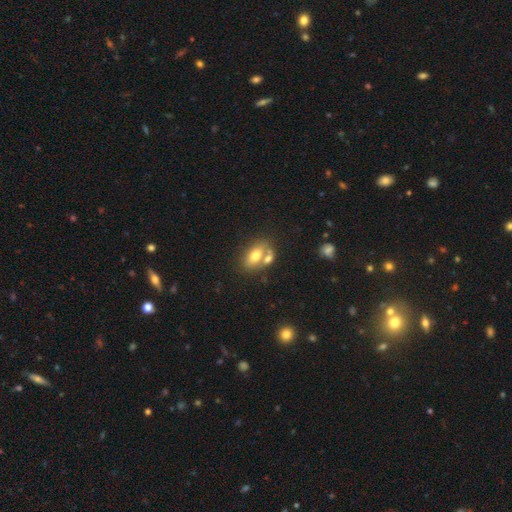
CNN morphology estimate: Smooth or featured: smooth — 70% (featured or disk — 22%)
How rounded: in between — 86% (round — 9%)
Merging: none — 45% (merger — 39%)